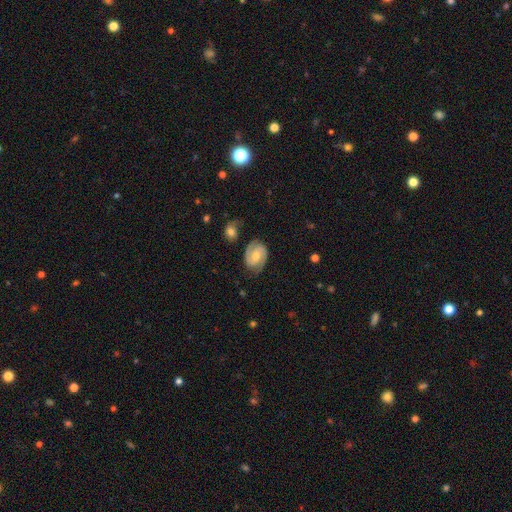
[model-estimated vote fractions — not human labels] Smooth or featured? Predicted: featured or disk (p=0.79). Edge-on disk? Predicted: no (p=0.98). Bar? Predicted: no (p=0.52). Spiral arms? Predicted: yes (p=0.95). Spiral winding? Predicted: medium (p=0.46). Spiral arm count? Predicted: 2 (p=0.90). Bulge size? Predicted: moderate (p=0.58). Merging? Predicted: none (p=0.77).